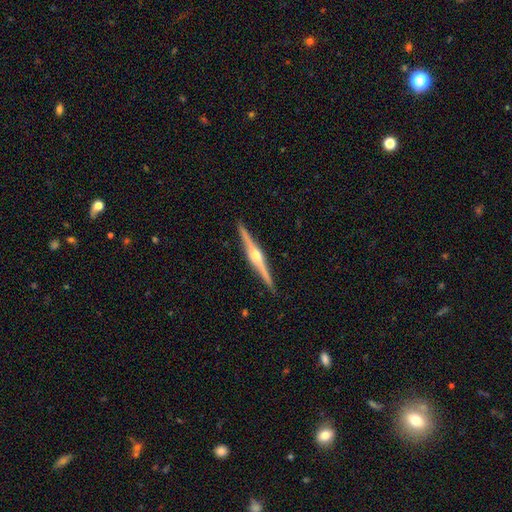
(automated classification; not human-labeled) This is clearly a featured or disk galaxy (84%). It is clearly viewed edge-on (99%). Edge-on bulge: clearly rounded (94%). Merging: clearly none (92%).